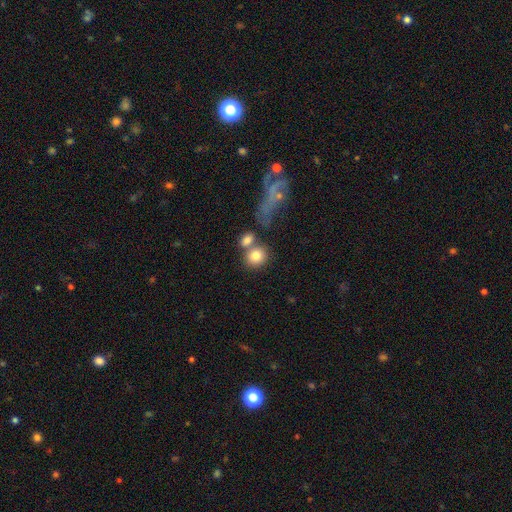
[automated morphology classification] This is likely a smooth galaxy (78%). How rounded: likely round (77%). Merging: possibly none (50%).